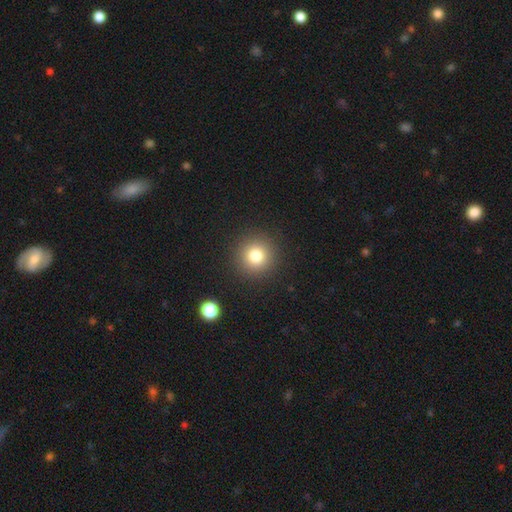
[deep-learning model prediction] Q: Smooth or featured?
A: smooth (79%); runner-up: star or artifact (13%)
Q: How rounded?
A: round (95%); runner-up: in between (4%)
Q: Merging?
A: none (91%); runner-up: minor disturbance (5%)